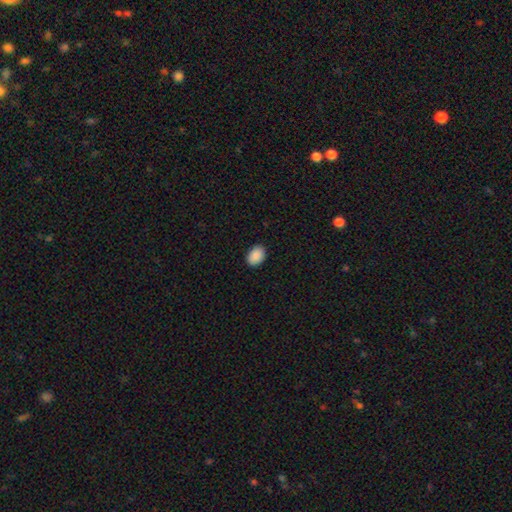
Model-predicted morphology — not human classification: A smooth galaxy with no disk features (90%) that is in between round and cigar-shaped (78%).

Vote fractions:
- Smooth or featured? smooth: 90% / star or artifact: 7% / featured or disk: 3%
- How rounded? in between: 78% / round: 21% / cigar-shaped: 1%
- Merging? none: 90% / minor disturbance: 7% / major disturbance: 2% / merger: 1%